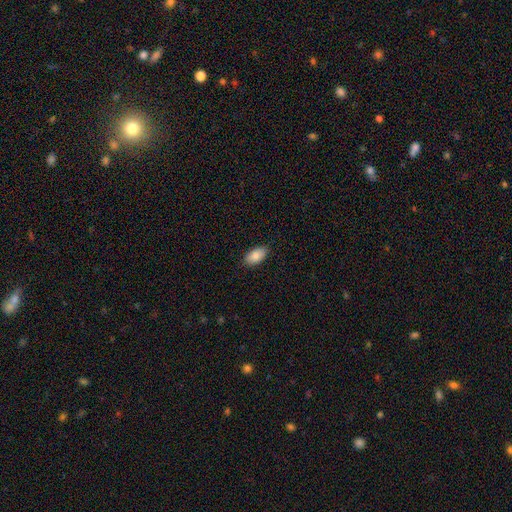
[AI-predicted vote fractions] smooth_or_featured: smooth (p=0.86) [alt: featured or disk p=0.07]
how_rounded: in between (p=0.94) [alt: round p=0.04]
merging: none (p=0.86) [alt: minor disturbance p=0.11]